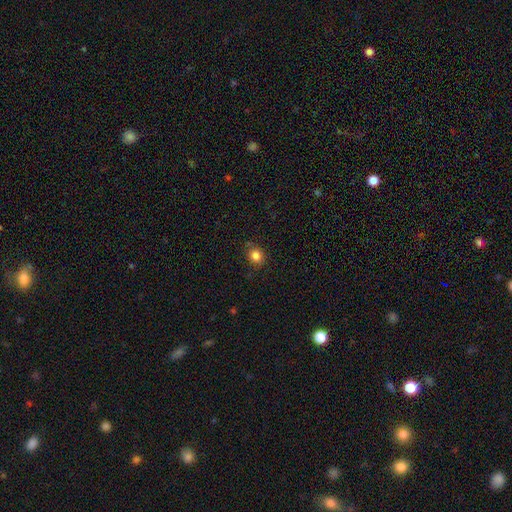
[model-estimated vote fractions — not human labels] smooth_or_featured: smooth (p=0.83) [alt: star or artifact p=0.12]
how_rounded: round (p=0.77) [alt: in between p=0.22]
merging: none (p=0.83) [alt: minor disturbance p=0.12]